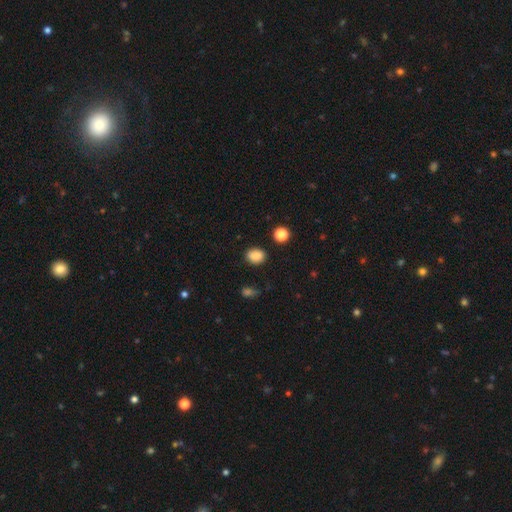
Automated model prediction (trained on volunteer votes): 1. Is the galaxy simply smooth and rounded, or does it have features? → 85% smooth, 10% star or artifact, 5% featured or disk.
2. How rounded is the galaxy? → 58% in between, 40% round, 1% cigar-shaped.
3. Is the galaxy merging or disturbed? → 83% none, 11% minor disturbance, 3% major disturbance, 2% merger.